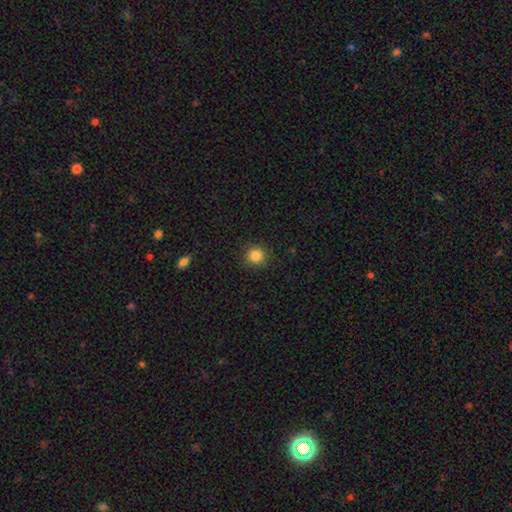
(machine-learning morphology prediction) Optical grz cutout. It shows a smooth galaxy with no disk features (85%) that is round (92%). Merging: none (91%).